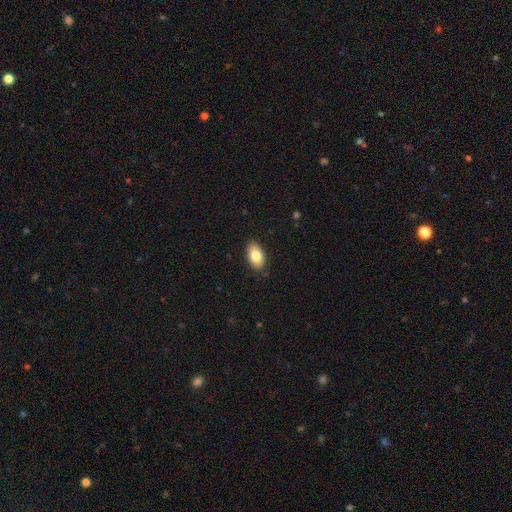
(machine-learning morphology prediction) smooth 83%, featured or disk 10%, star or artifact 7%. Down the decision tree: how rounded — in between (93%); merging — none (86%).